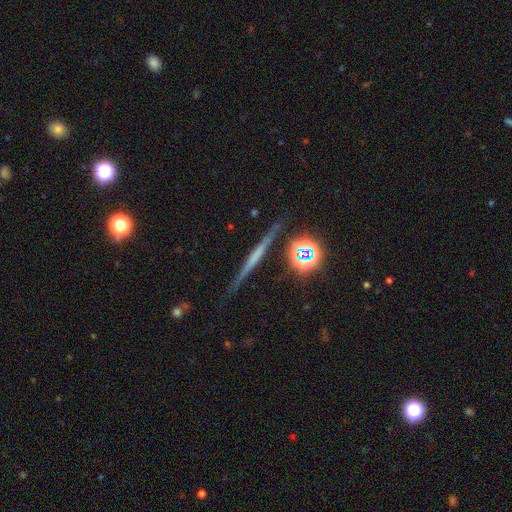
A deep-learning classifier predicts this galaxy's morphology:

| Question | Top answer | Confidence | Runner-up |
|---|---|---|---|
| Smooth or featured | featured or disk | 56% | smooth (27%) |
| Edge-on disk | yes | 96% | no (4%) |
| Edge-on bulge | none | 72% | rounded (16%) |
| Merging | none | 85% | minor disturbance (10%) |